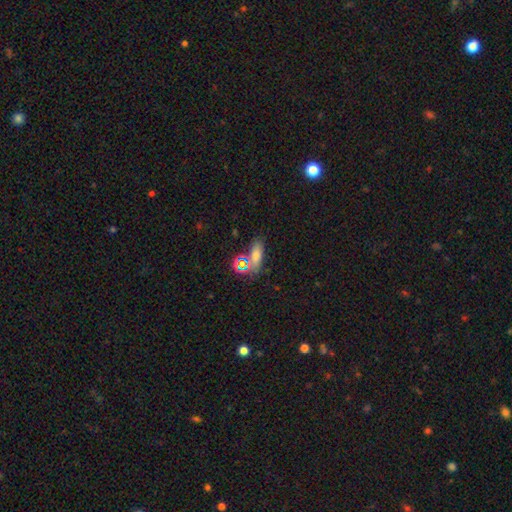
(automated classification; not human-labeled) Q: Smooth or featured?
A: smooth (66%); runner-up: star or artifact (22%)
Q: How rounded?
A: in between (67%); runner-up: cigar-shaped (22%)
Q: Merging?
A: none (69%); runner-up: minor disturbance (13%)